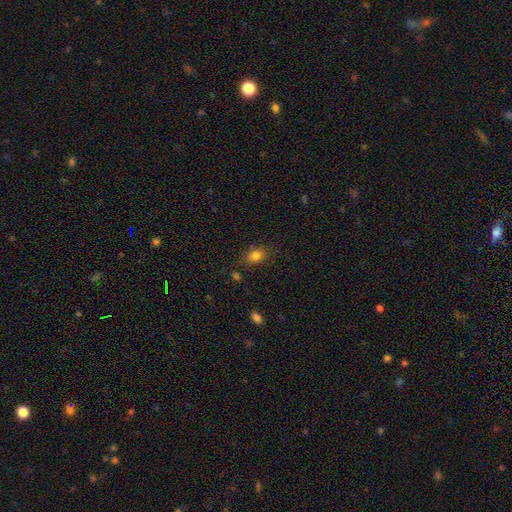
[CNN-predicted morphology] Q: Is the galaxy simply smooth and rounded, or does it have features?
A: smooth — 80%.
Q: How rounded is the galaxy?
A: in between — 70%.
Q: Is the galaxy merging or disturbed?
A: none — 77%.